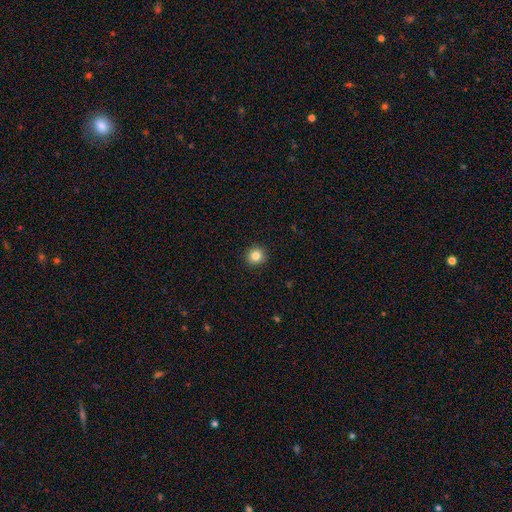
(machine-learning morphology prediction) Smooth or featured?
  - smooth: 83% *
  - star or artifact: 11%
  - featured or disk: 6%
How rounded?
  - round: 93% *
  - in between: 6%
  - cigar-shaped: 1%
Merging?
  - none: 93% *
  - minor disturbance: 5%
  - major disturbance: 2%
  - merger: 1%